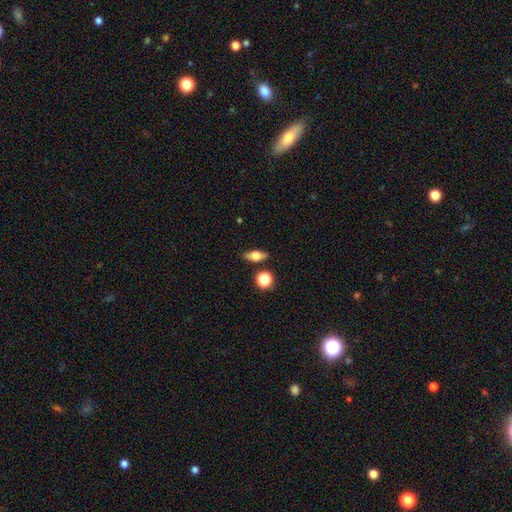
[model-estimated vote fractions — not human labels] Smooth or featured? smooth (60%)
How rounded? in between (66%)
Merging? none (84%)